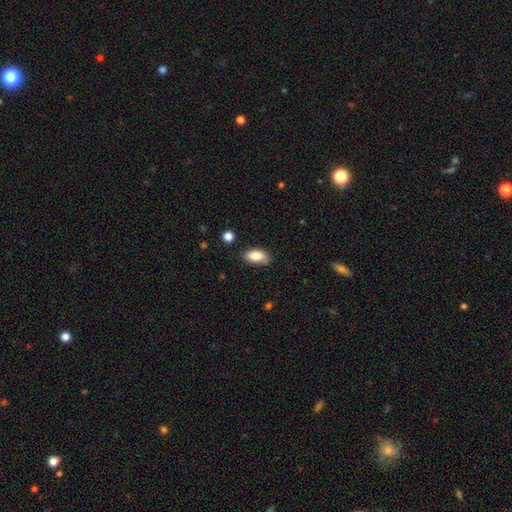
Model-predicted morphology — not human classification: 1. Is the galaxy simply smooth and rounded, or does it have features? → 83% smooth, 10% featured or disk, 7% star or artifact.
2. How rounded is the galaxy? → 91% in between, 6% cigar-shaped, 4% round.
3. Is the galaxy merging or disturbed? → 77% none, 18% minor disturbance, 3% major disturbance, 2% merger.